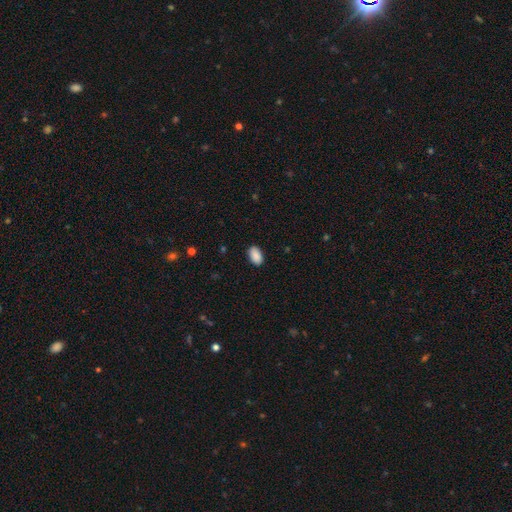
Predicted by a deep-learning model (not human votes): This appears to be a smooth galaxy with no disk features (90%) that is in between round and cigar-shaped (93%). Merging: none (88%).